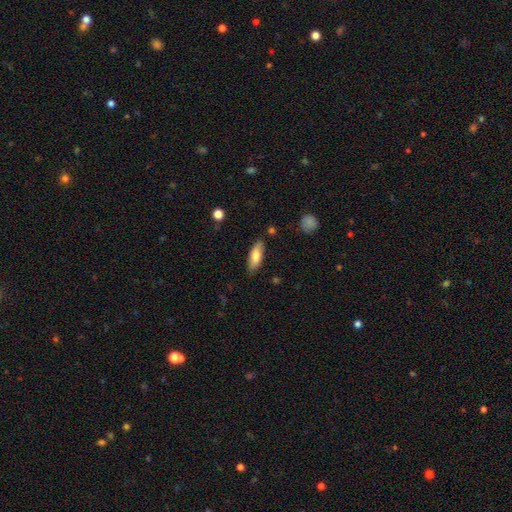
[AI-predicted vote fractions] smooth-or-featured: smooth: 76% | featured or disk: 18% | star or artifact: 6%
  how-rounded: in between: 62% | cigar-shaped: 36% | round: 2%
  merging: none: 82% | minor disturbance: 14% | major disturbance: 3% | merger: 2%